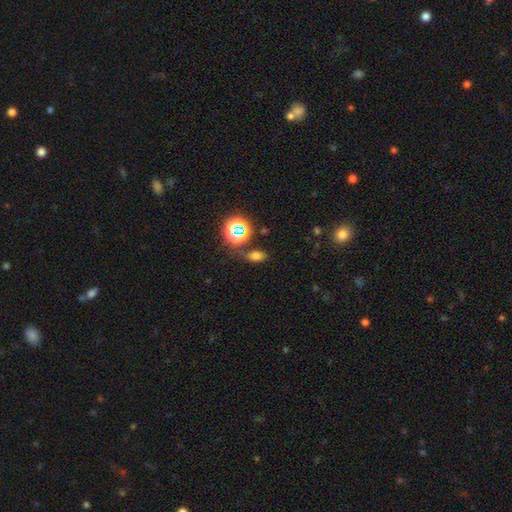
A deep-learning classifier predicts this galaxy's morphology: smooth 63%, star or artifact 28%, featured or disk 9%. Down the decision tree: how rounded — in between (78%); merging — none (67%).